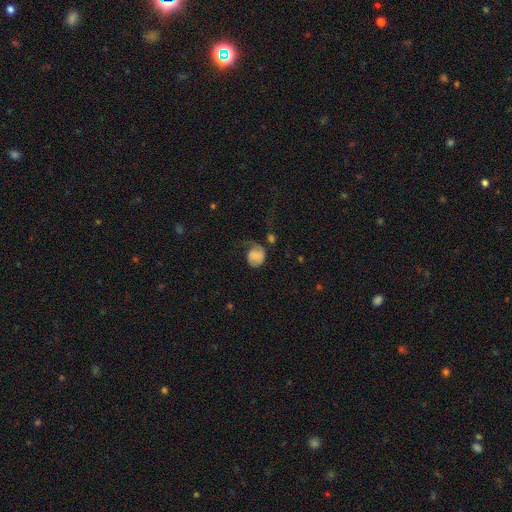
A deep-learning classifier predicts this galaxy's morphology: smooth 66%, featured or disk 26%, star or artifact 8%. Down the decision tree: how rounded — round (66%); merging — major disturbance (43%).